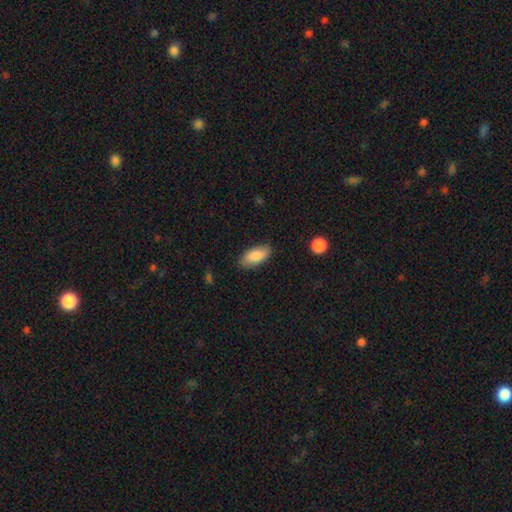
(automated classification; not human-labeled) smooth-or-featured: smooth: 84% | featured or disk: 9% | star or artifact: 6%
  how-rounded: in between: 90% | cigar-shaped: 8% | round: 2%
  merging: none: 82% | minor disturbance: 14% | major disturbance: 3% | merger: 1%